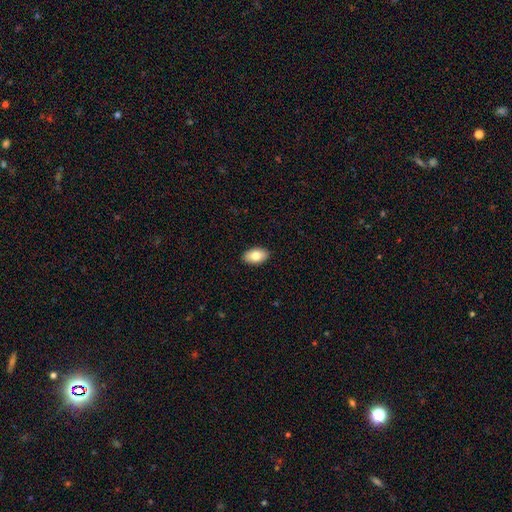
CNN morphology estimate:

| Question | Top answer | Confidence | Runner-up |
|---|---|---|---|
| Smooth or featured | smooth | 79% | featured or disk (14%) |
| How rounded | in between | 93% | round (5%) |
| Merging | none | 90% | minor disturbance (7%) |